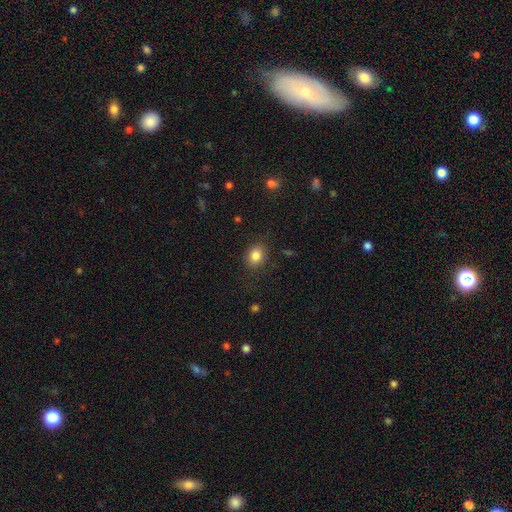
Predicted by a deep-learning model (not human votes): Morphology: type=smooth (83%); roundness=round (54%); merging=none (83%).